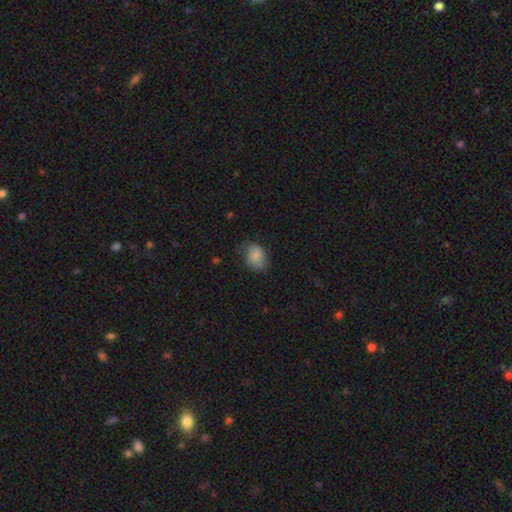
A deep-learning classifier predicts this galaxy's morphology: This is likely a smooth galaxy (79%). How rounded: likely in between (68%). Merging: likely none (62%).